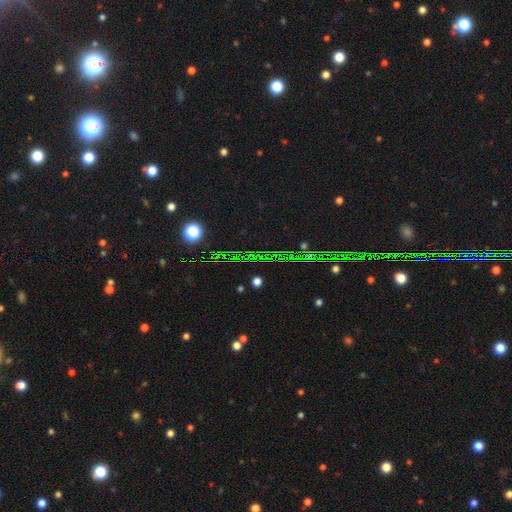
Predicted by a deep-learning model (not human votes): Q: Smooth or featured?
A: star or artifact (81%); runner-up: smooth (10%)